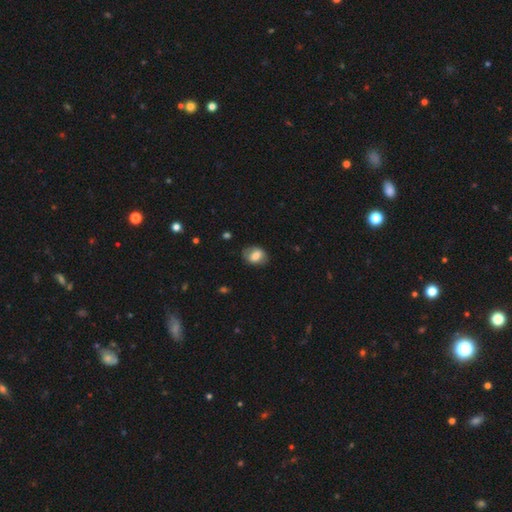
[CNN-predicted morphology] smooth_or_featured: smooth (p=0.69) [alt: featured or disk p=0.23]
how_rounded: in between (p=0.69) [alt: round p=0.30]
merging: none (p=0.76) [alt: minor disturbance p=0.17]